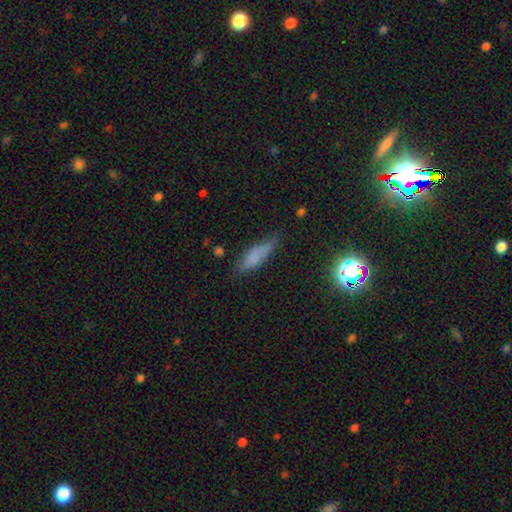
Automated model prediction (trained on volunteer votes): Smooth or featured? Predicted: smooth (p=0.73). How rounded? Predicted: cigar-shaped (p=0.51). Merging? Predicted: none (p=0.62).